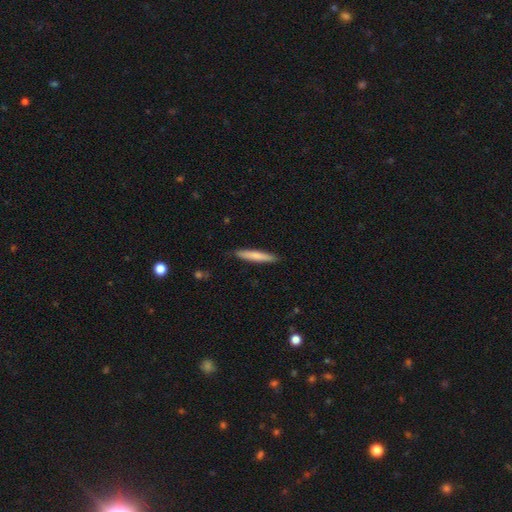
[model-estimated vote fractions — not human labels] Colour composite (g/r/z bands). It shows a smooth galaxy with no disk features (74%) that is cigar-shaped (94%). Merging: none (90%).